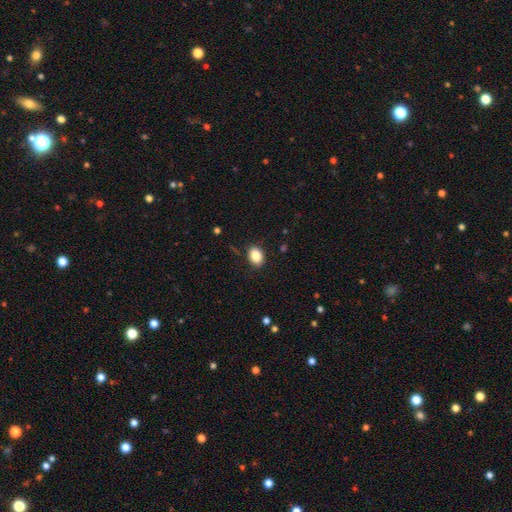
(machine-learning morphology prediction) This is clearly a smooth galaxy (87%). How rounded: likely in between (73%). Merging: clearly none (86%).